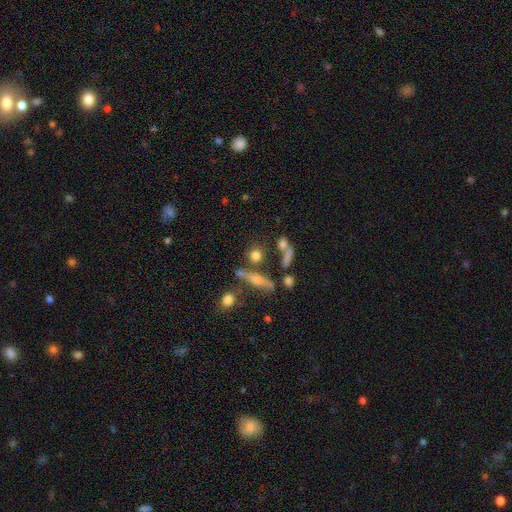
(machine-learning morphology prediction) Smooth or featured?
  - smooth: 65% *
  - featured or disk: 22%
  - star or artifact: 13%
How rounded?
  - round: 67% *
  - in between: 19%
  - cigar-shaped: 14%
Merging?
  - none: 64% *
  - merger: 19%
  - minor disturbance: 12%
  - major disturbance: 5%